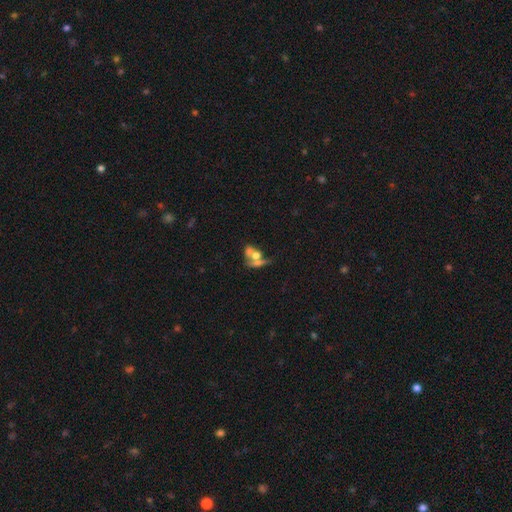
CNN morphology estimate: Smooth or featured? smooth (50%)
Merging? merger (63%)